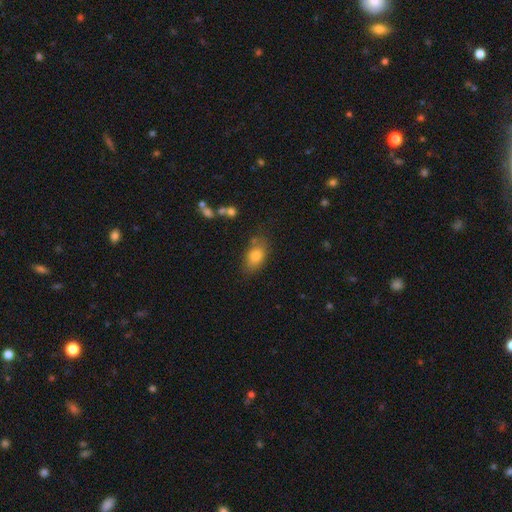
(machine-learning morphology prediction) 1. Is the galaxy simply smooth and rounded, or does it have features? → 79% smooth, 12% featured or disk, 8% star or artifact.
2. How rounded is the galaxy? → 86% in between, 12% round, 3% cigar-shaped.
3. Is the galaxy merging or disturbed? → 70% none, 19% minor disturbance, 6% major disturbance, 5% merger.